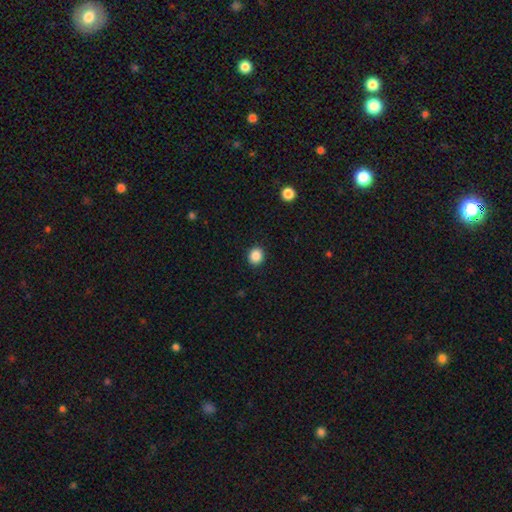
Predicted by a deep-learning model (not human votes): smooth 87%, star or artifact 10%, featured or disk 3%. Down the decision tree: how rounded — round (80%); merging — none (92%).